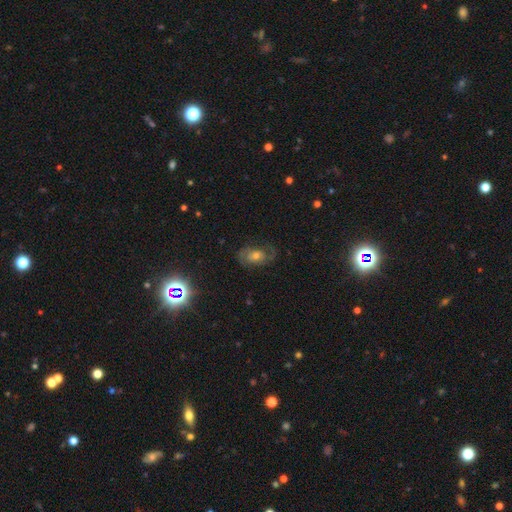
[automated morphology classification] Smooth or featured: featured or disk — 62% (smooth — 22%)
Edge-on disk: no — 95% (yes — 5%)
Bar: no — 69% (weak — 25%)
Spiral arms: yes — 82% (no — 18%)
Bulge size: moderate — 57% (small — 32%)
Merging: none — 67% (minor disturbance — 17%)